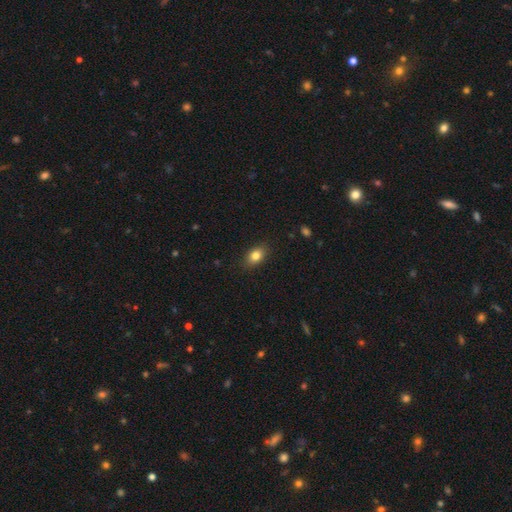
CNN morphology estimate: Smooth or featured? smooth (83%)
How rounded? in between (80%)
Merging? none (86%)